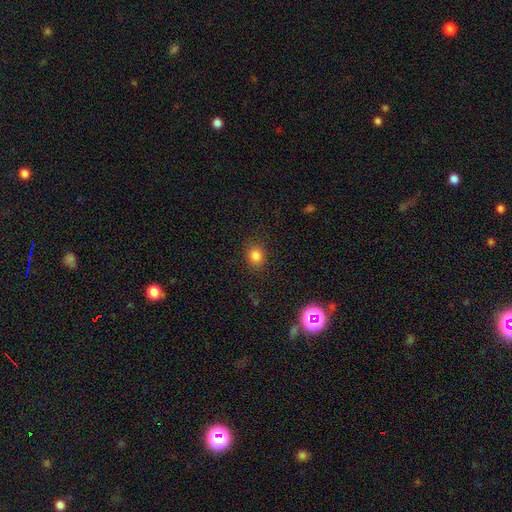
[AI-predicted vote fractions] Smooth or featured? smooth (83%)
How rounded? round (68%)
Merging? none (87%)